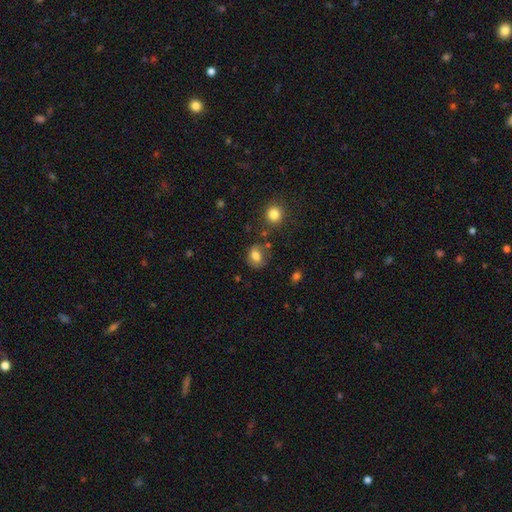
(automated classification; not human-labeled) Morphology: type=smooth (77%); roundness=round (52%); merging=none (67%).